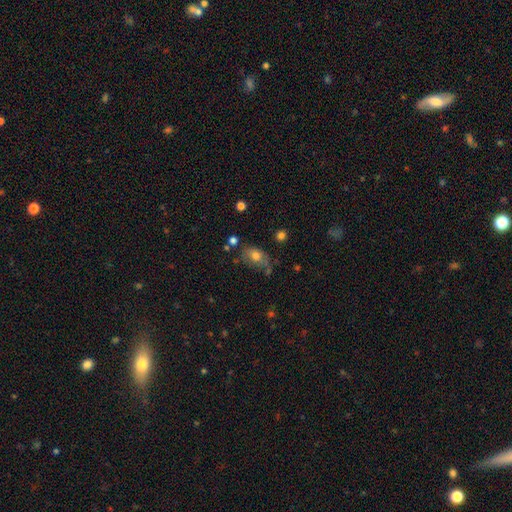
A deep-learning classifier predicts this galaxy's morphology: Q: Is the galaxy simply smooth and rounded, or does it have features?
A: smooth — 74%.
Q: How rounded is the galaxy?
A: in between — 77%.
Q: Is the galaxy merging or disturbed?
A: none — 56%.